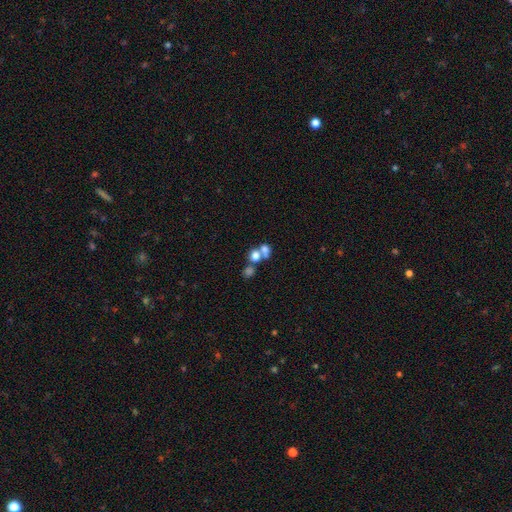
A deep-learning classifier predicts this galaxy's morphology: Overall: smooth (70%). How rounded: round (63%; in between 35%). Merging: merger (55%; none 32%).